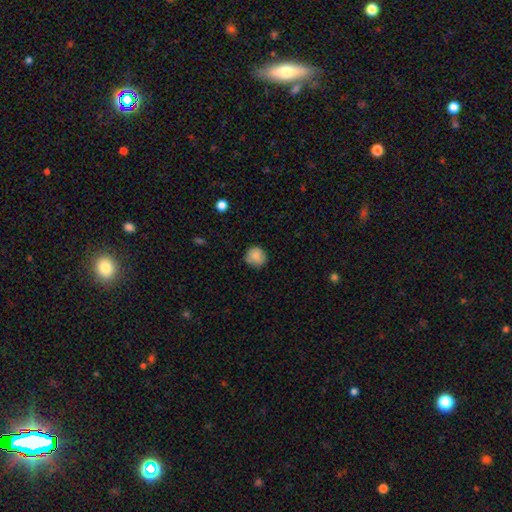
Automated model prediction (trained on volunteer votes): Smooth or featured? Predicted: smooth (p=0.85). How rounded? Predicted: round (p=0.87). Merging? Predicted: none (p=0.78).